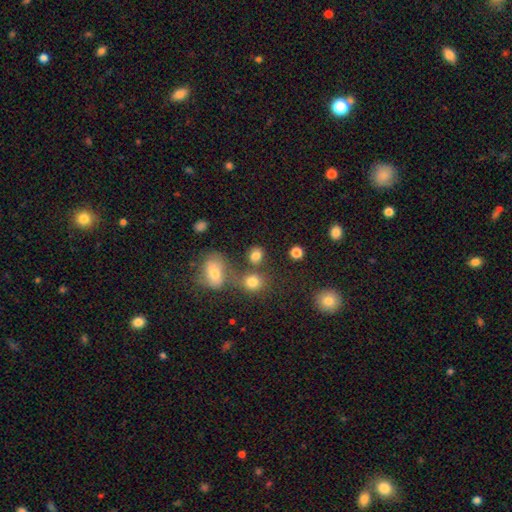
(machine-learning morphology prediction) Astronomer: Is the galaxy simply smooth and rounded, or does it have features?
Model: smooth — 80%.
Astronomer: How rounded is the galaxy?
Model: round — 65%.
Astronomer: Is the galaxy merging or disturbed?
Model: none — 62%.